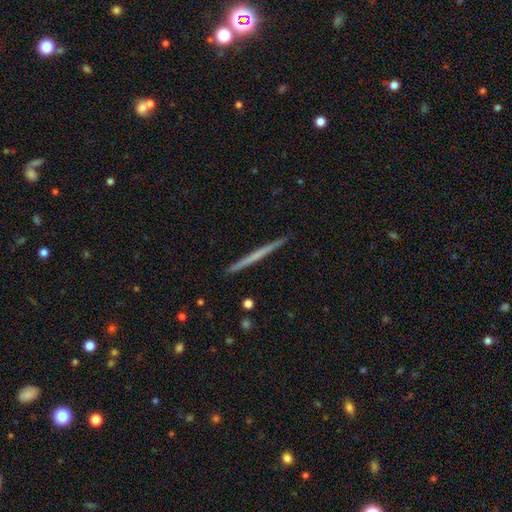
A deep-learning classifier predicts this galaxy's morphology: The model was most divided on "smooth or featured": featured or disk: 51%, smooth: 43%, star or artifact: 5%. More confident: edge-on disk — yes (98%); merging — none (92%); edge-on bulge — none (90%).